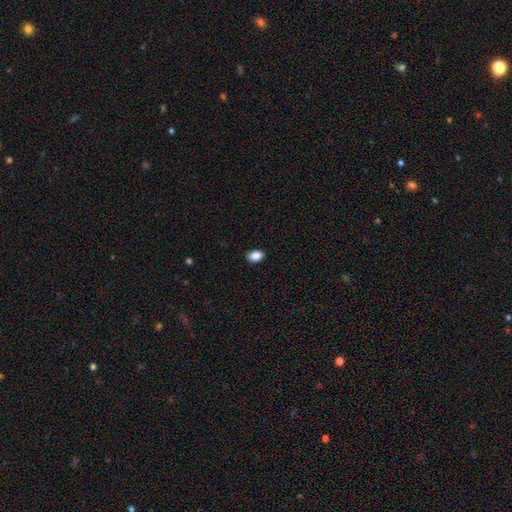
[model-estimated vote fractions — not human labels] Smooth or featured?
  - smooth: 88% *
  - star or artifact: 8%
  - featured or disk: 3%
How rounded?
  - in between: 78% *
  - round: 21%
  - cigar-shaped: 1%
Merging?
  - none: 88% *
  - minor disturbance: 9%
  - major disturbance: 2%
  - merger: 1%